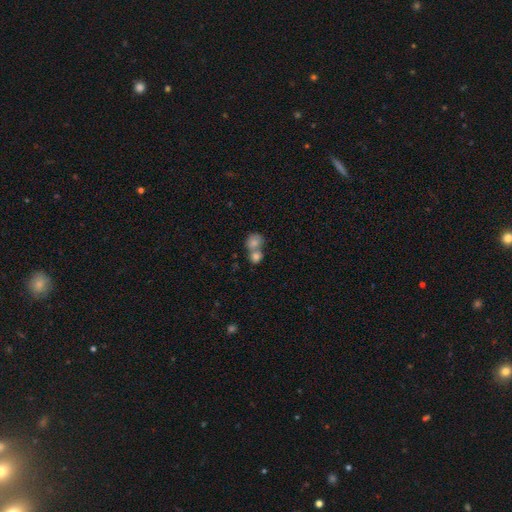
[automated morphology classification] type=smooth (79%); roundness=round (69%); merging=merger (64%).